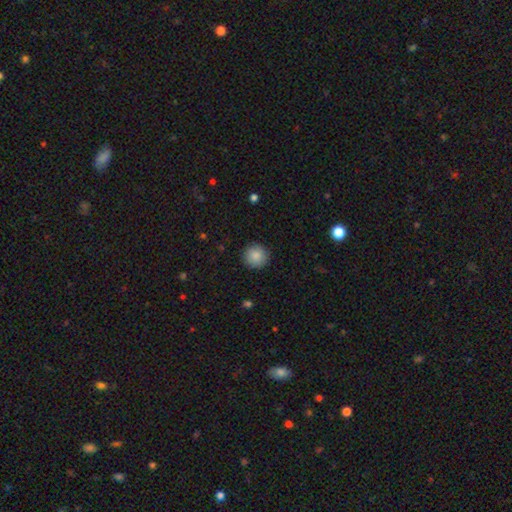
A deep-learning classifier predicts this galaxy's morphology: smooth 88%, star or artifact 8%, featured or disk 4%. Down the decision tree: how rounded — round (94%); merging — none (91%).